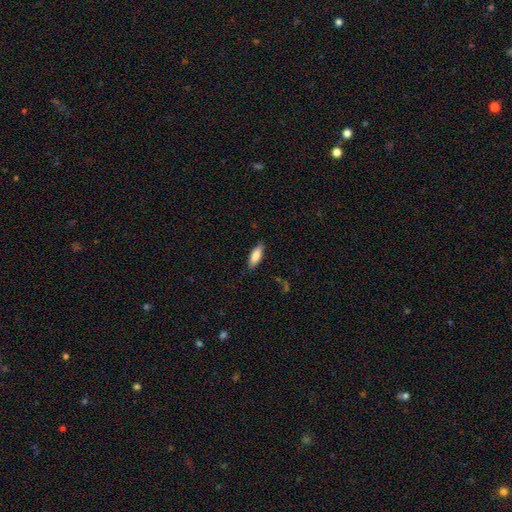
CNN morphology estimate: A smooth galaxy with no disk features (84%) that is in between round and cigar-shaped (65%).

Vote fractions:
- Smooth or featured? smooth: 84% / featured or disk: 10% / star or artifact: 6%
- How rounded? in between: 65% / cigar-shaped: 33% / round: 2%
- Merging? none: 84% / minor disturbance: 12% / major disturbance: 2% / merger: 1%